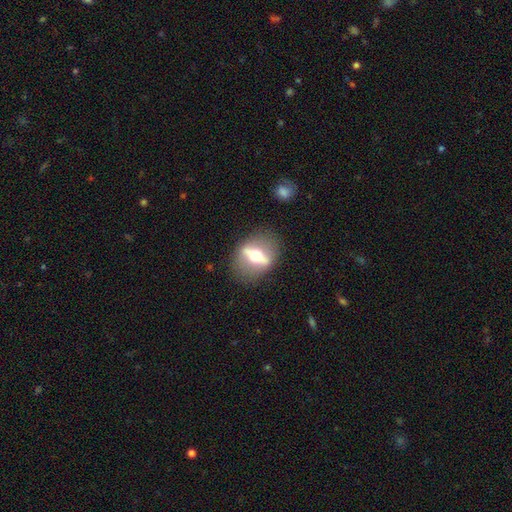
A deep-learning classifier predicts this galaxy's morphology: Q: Smooth or featured?
A: featured or disk (70%); runner-up: smooth (23%)
Q: Edge-on disk?
A: yes (53%); runner-up: no (47%)
Q: Merging?
A: none (82%); runner-up: minor disturbance (10%)